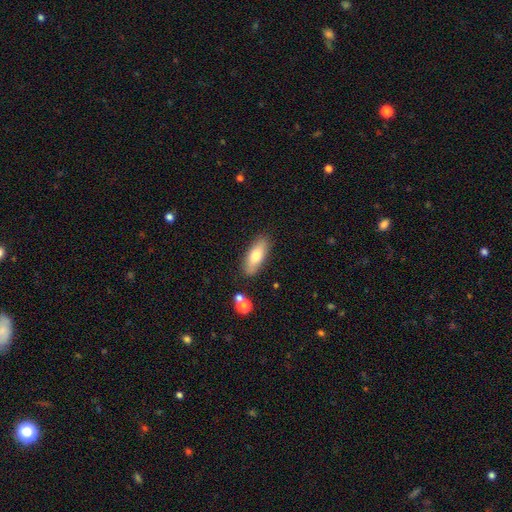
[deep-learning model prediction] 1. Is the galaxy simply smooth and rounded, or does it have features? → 72% smooth, 21% featured or disk, 7% star or artifact.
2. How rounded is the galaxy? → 70% in between, 28% cigar-shaped, 3% round.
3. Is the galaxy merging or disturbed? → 83% none, 11% minor disturbance, 3% merger, 3% major disturbance.